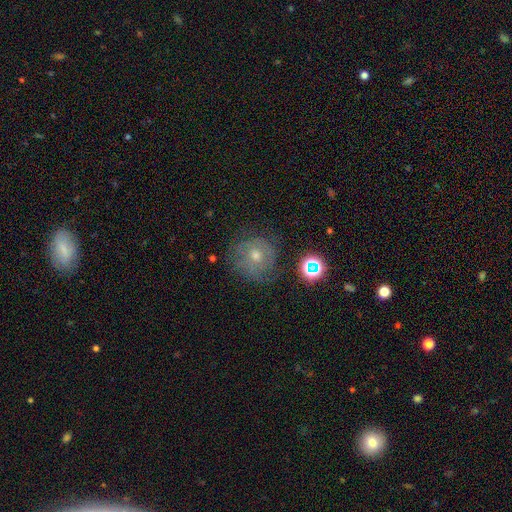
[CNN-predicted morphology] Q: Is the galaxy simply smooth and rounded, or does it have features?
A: featured or disk — 46%.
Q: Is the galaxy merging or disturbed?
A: none — 71%.